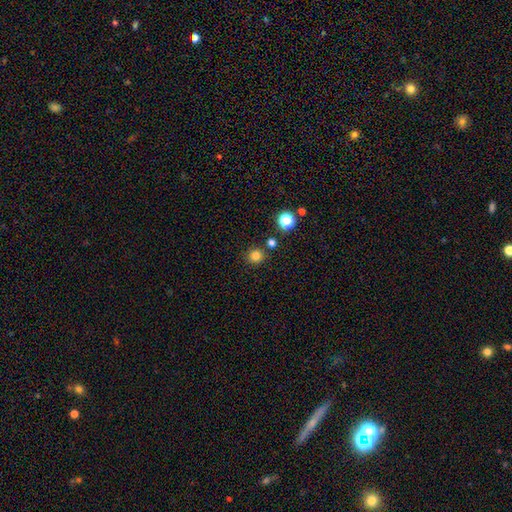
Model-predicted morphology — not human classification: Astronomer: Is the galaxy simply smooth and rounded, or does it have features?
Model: smooth — 81%.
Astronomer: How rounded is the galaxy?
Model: round — 93%.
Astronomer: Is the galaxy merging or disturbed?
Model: none — 85%.